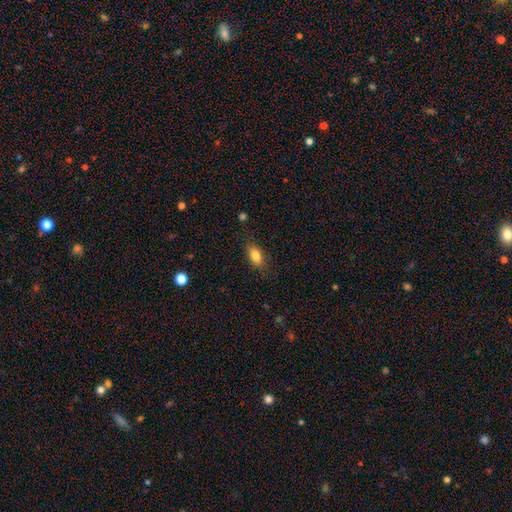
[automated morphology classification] Overall: smooth (82%). How rounded: in between (85%). Merging: none (81%).